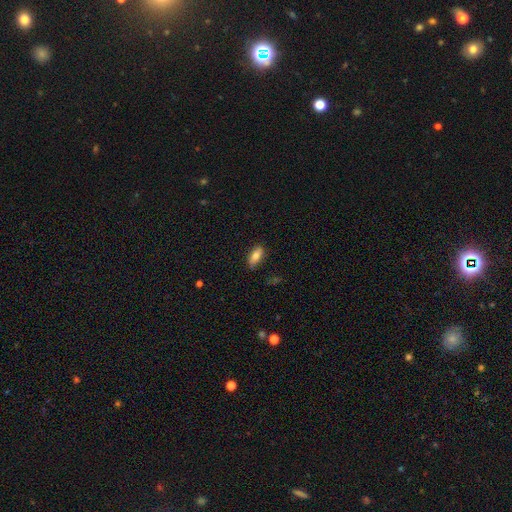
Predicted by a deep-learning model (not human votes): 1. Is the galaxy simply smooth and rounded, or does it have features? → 77% smooth, 16% featured or disk, 7% star or artifact.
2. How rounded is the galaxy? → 83% in between, 14% cigar-shaped, 3% round.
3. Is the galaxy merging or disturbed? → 80% none, 16% minor disturbance, 3% major disturbance, 1% merger.